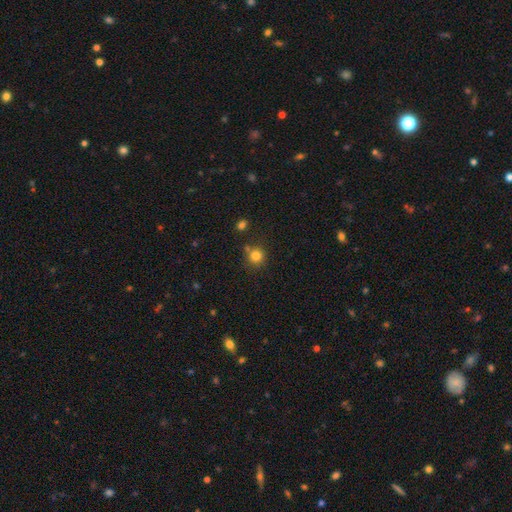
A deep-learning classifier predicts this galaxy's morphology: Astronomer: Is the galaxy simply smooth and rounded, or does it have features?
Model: smooth — 82%.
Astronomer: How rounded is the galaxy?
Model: round — 89%.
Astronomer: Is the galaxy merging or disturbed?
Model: none — 71%.